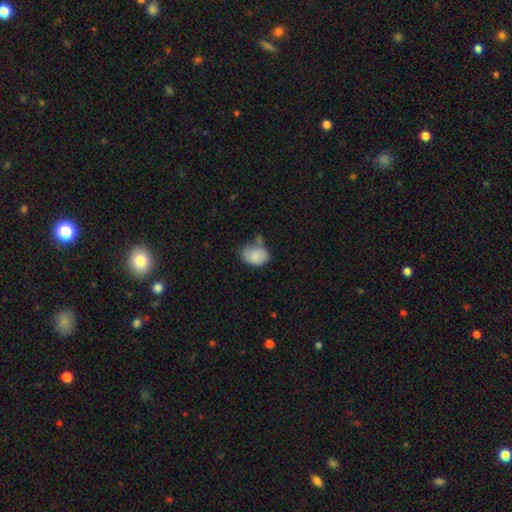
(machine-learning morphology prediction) type=smooth (80%); roundness=in between (77%); merging=none (45%).